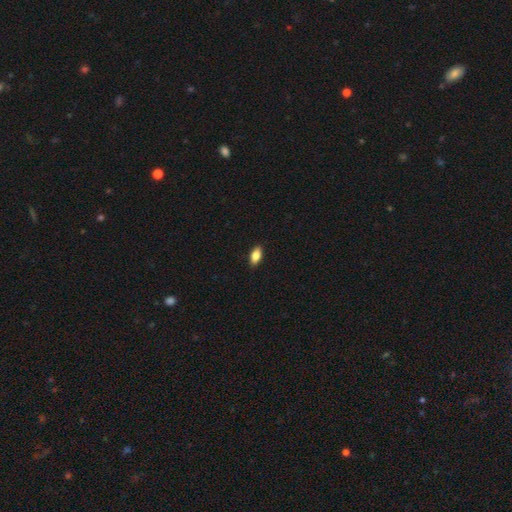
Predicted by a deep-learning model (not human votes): This is clearly a smooth galaxy (82%). How rounded: clearly in between (88%). Merging: clearly none (89%).